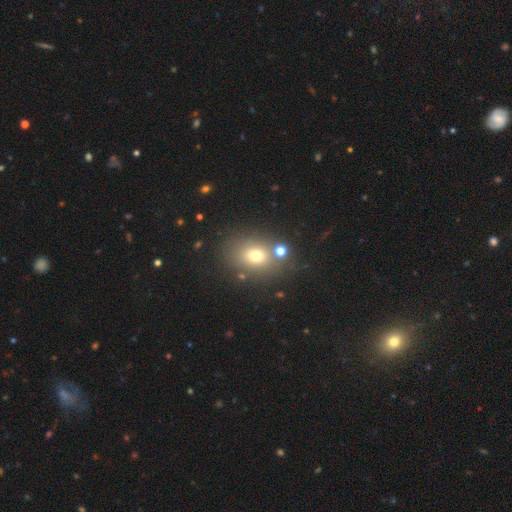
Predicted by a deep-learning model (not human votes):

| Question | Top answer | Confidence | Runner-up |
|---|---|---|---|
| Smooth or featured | smooth | 69% | star or artifact (17%) |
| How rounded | in between | 50% | round (49%) |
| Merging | none | 70% | merger (12%) |